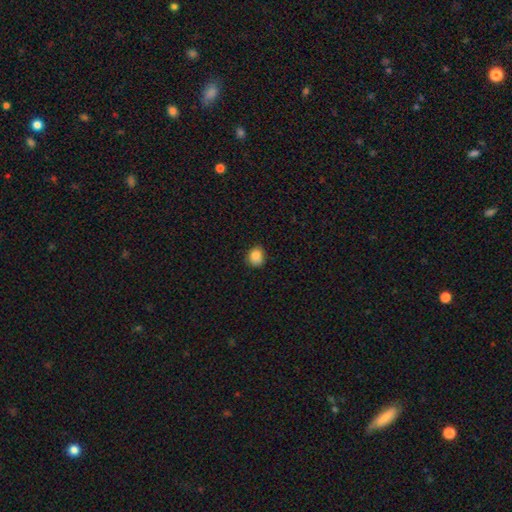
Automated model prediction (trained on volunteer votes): Morphology: type=smooth (85%); roundness=round (69%); merging=none (78%).